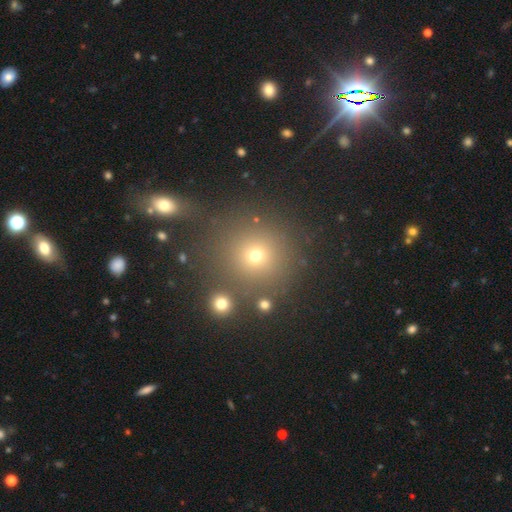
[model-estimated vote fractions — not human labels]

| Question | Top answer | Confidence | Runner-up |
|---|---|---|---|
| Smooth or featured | smooth | 67% | star or artifact (24%) |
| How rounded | round | 91% | in between (8%) |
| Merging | none | 79% | minor disturbance (9%) |